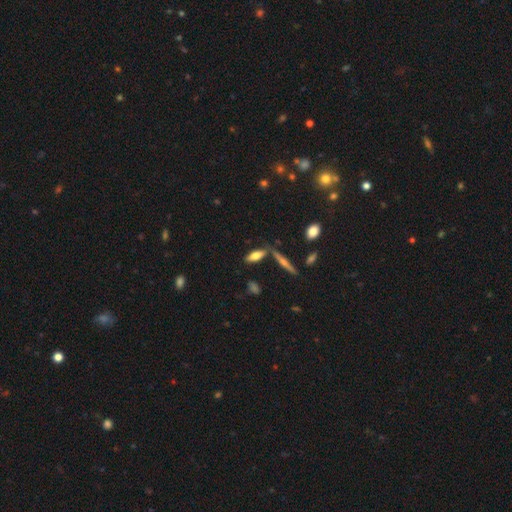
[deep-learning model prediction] Smooth or featured? smooth (64%)
How rounded? in between (62%)
Merging? none (73%)